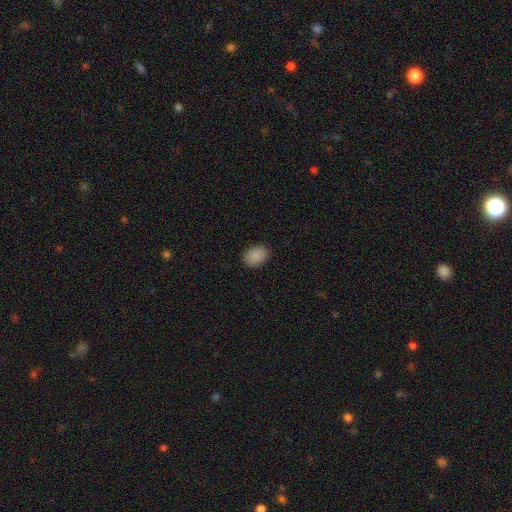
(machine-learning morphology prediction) smooth-or-featured: smooth: 87% | star or artifact: 8% | featured or disk: 5%
  how-rounded: in between: 76% | round: 23% | cigar-shaped: 1%
  merging: none: 89% | minor disturbance: 8% | major disturbance: 2% | merger: 1%